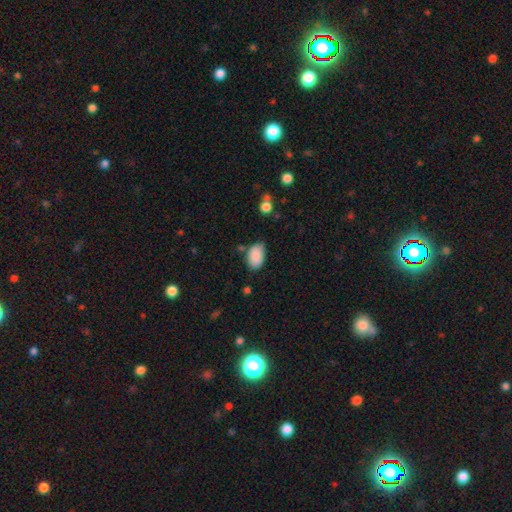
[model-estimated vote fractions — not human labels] Smooth or featured? smooth (87%)
How rounded? in between (91%)
Merging? none (66%)